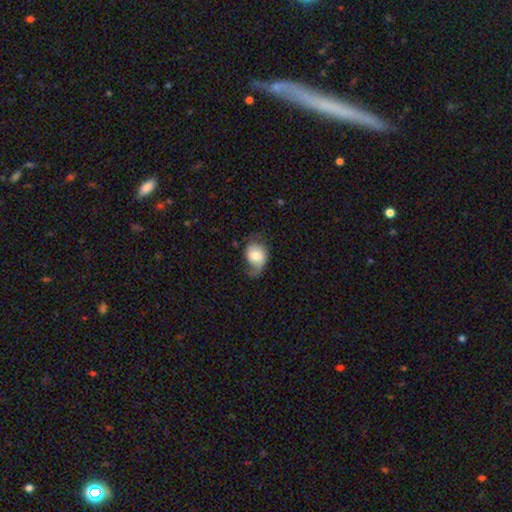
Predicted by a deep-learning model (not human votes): A smooth galaxy with no disk features (57%) that is in between round and cigar-shaped (65%).

Vote fractions:
- Smooth or featured? smooth: 57% / featured or disk: 36% / star or artifact: 7%
- How rounded? in between: 65% / round: 34% / cigar-shaped: 1%
- Merging? none: 39% / minor disturbance: 33% / major disturbance: 26% / merger: 2%